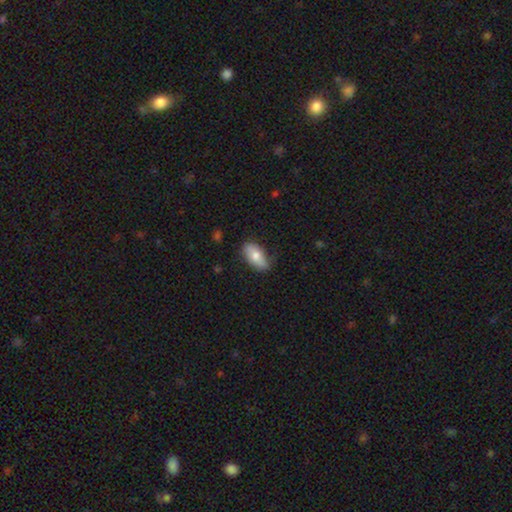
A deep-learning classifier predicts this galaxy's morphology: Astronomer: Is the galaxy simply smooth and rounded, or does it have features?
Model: smooth — 75%.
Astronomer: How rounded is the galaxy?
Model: in between — 89%.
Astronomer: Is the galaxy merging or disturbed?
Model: none — 77%.